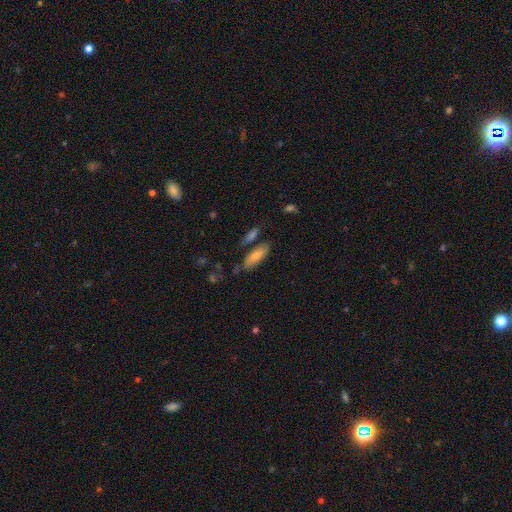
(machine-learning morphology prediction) Q: Smooth or featured?
A: smooth (75%); runner-up: featured or disk (19%)
Q: How rounded?
A: in between (69%); runner-up: cigar-shaped (28%)
Q: Merging?
A: none (62%); runner-up: minor disturbance (18%)